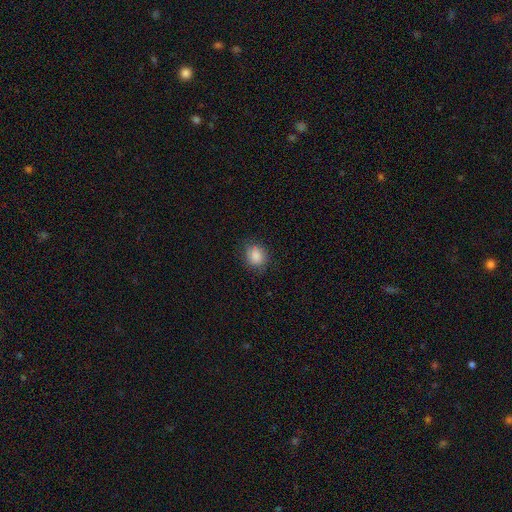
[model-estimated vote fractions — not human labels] This is clearly a smooth galaxy (85%). How rounded: likely round (64%). Merging: clearly none (80%).